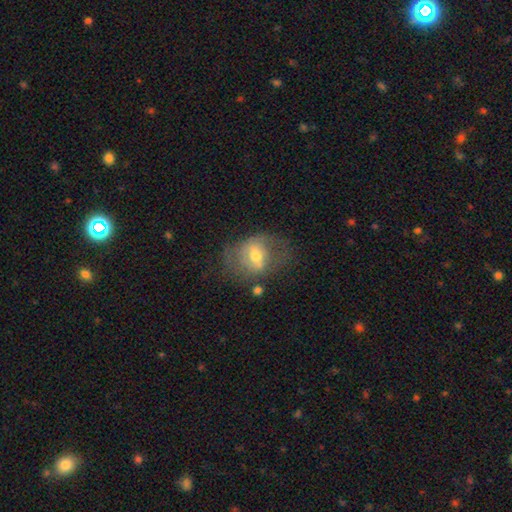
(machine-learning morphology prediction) A featured or disk galaxy (53%) with a weak bar (45%), no spiral arms (51%) and a moderate central bulge (68%). Merging: none (46%).